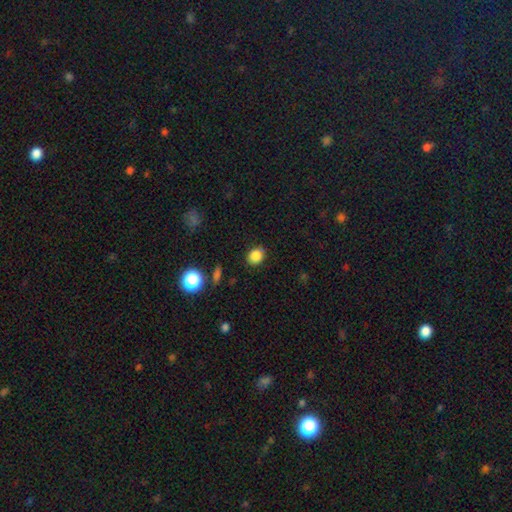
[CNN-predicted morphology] Q: Smooth or featured?
A: smooth (85%); runner-up: star or artifact (11%)
Q: How rounded?
A: round (63%); runner-up: in between (36%)
Q: Merging?
A: none (85%); runner-up: minor disturbance (10%)